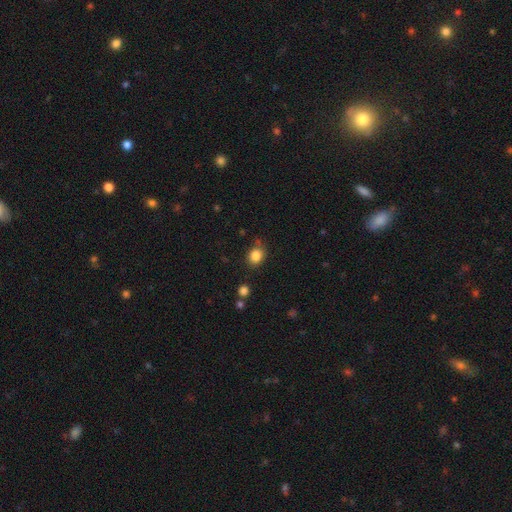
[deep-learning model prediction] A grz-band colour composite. It shows a smooth galaxy with no disk features (84%) that is round (59%). Merging: none (76%).